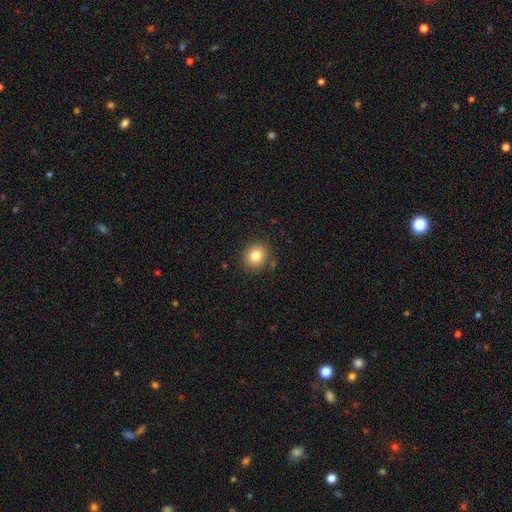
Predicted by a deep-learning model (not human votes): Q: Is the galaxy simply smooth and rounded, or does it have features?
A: smooth — 82%.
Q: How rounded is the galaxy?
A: round — 76%.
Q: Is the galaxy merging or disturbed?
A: none — 87%.